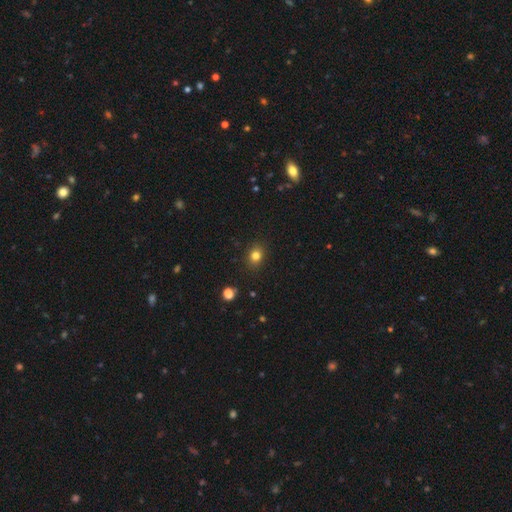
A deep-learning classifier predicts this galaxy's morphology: Smooth or featured: smooth — 80% (star or artifact — 13%)
How rounded: round — 59% (in between — 40%)
Merging: none — 88% (minor disturbance — 9%)